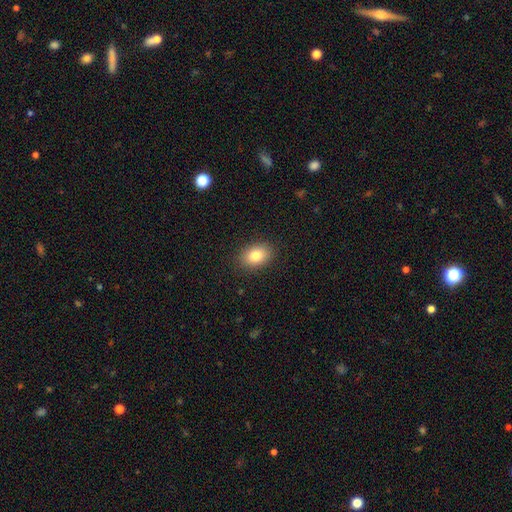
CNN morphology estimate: This appears to be a smooth galaxy with no disk features (83%) that is in between round and cigar-shaped (77%). Merging: none (89%).